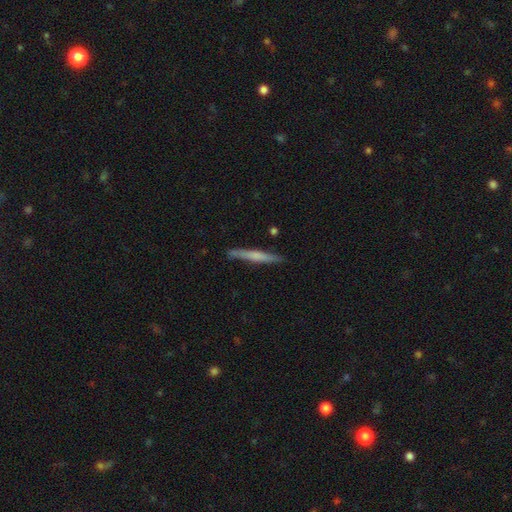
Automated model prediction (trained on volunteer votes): Smooth or featured: smooth — 50% (featured or disk — 45%)
Merging: none — 87% (minor disturbance — 10%)